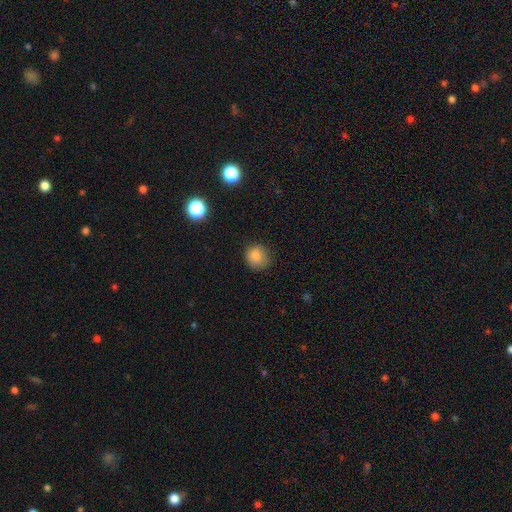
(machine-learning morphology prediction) A smooth galaxy with no disk features (83%) that is round (84%).

Vote fractions:
- Smooth or featured? smooth: 83% / star or artifact: 11% / featured or disk: 6%
- How rounded? round: 84% / in between: 15% / cigar-shaped: 1%
- Merging? none: 75% / minor disturbance: 19% / major disturbance: 5% / merger: 1%